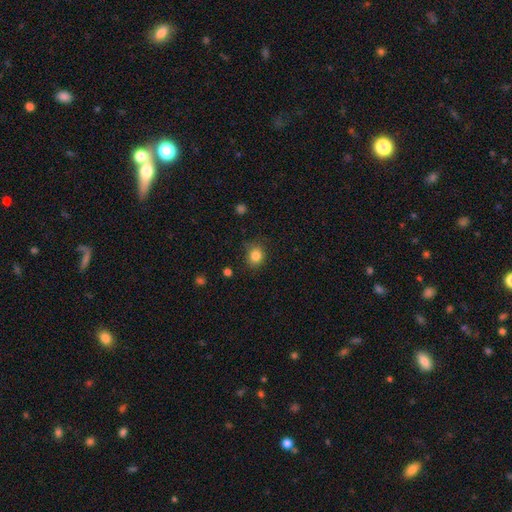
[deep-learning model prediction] A smooth galaxy with no disk features (84%) that is round (71%). Merging: none (79%).